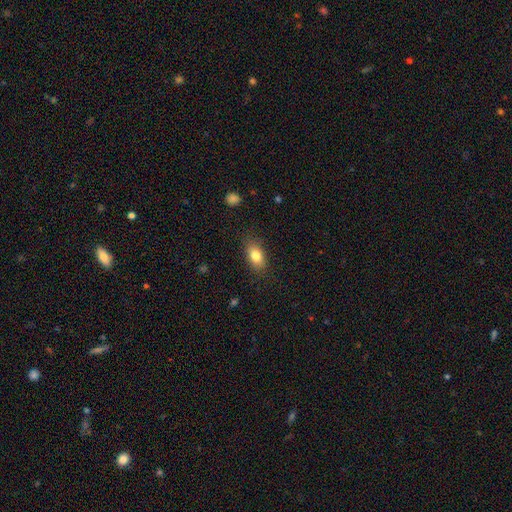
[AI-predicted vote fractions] smooth-or-featured: smooth: 81% | featured or disk: 10% | star or artifact: 8%
  how-rounded: in between: 86% | round: 10% | cigar-shaped: 4%
  merging: none: 83% | minor disturbance: 13% | major disturbance: 3% | merger: 1%